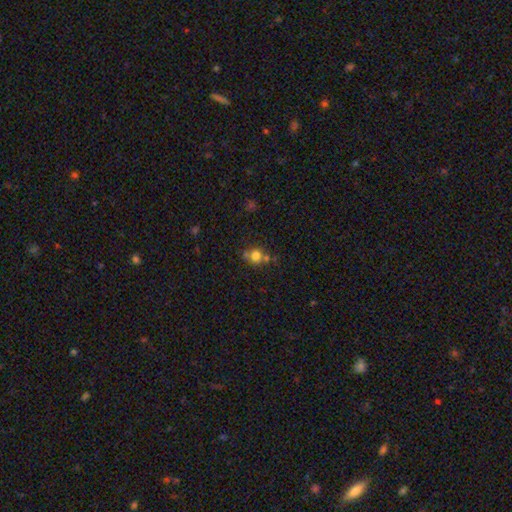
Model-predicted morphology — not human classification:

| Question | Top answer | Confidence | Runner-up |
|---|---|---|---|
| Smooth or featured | smooth | 76% | star or artifact (14%) |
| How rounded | round | 87% | in between (12%) |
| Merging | none | 61% | merger (23%) |